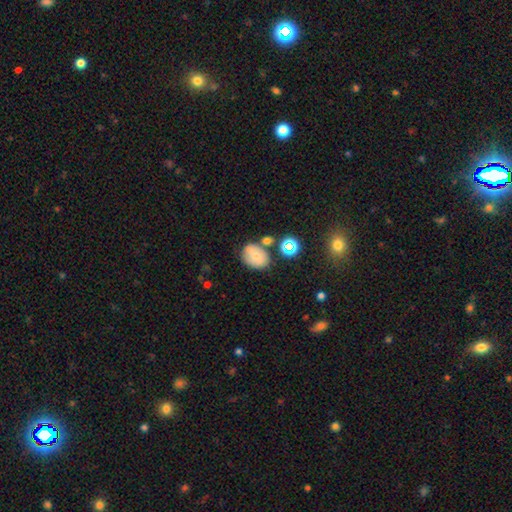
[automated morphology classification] Smooth or featured? smooth (62%)
How rounded? in between (55%)
Merging? none (61%)